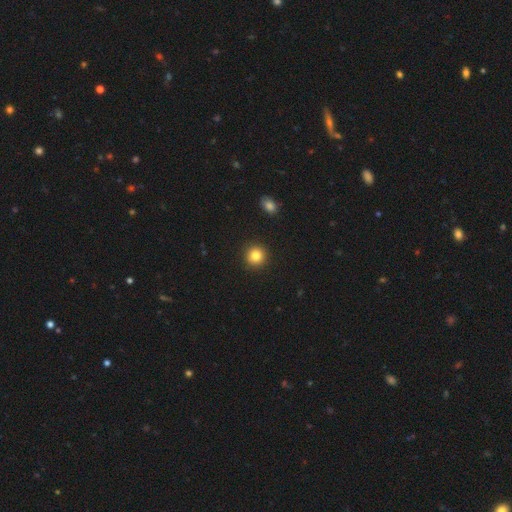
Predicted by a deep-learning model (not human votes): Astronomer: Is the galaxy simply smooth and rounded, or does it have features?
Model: smooth — 83%.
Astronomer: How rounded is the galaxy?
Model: round — 94%.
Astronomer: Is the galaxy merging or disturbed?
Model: none — 93%.